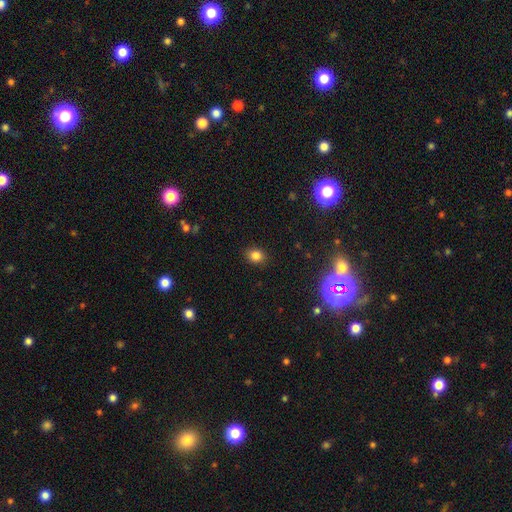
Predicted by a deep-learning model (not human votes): smooth 82%, star or artifact 13%, featured or disk 5%. Down the decision tree: how rounded — round (58%); merging — none (88%).